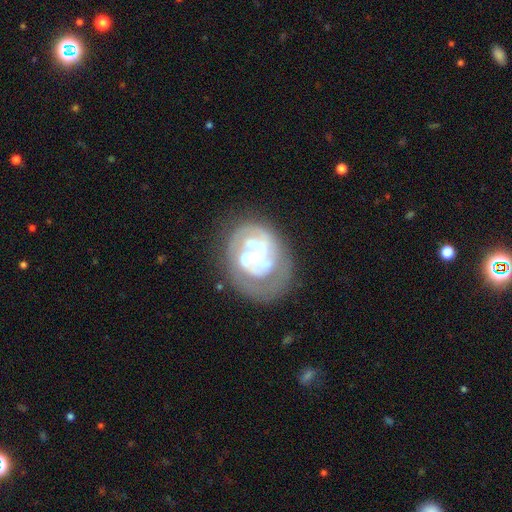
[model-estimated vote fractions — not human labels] Smooth or featured? Predicted: featured or disk (p=0.78). Edge-on disk? Predicted: no (p=0.98). Bar? Predicted: no (p=0.53). Spiral arms? Predicted: yes (p=0.74). Spiral winding? Predicted: tight (p=0.54). Spiral arm count? Predicted: 2 (p=0.36). Bulge size? Predicted: small (p=0.46). Merging? Predicted: none (p=0.50).